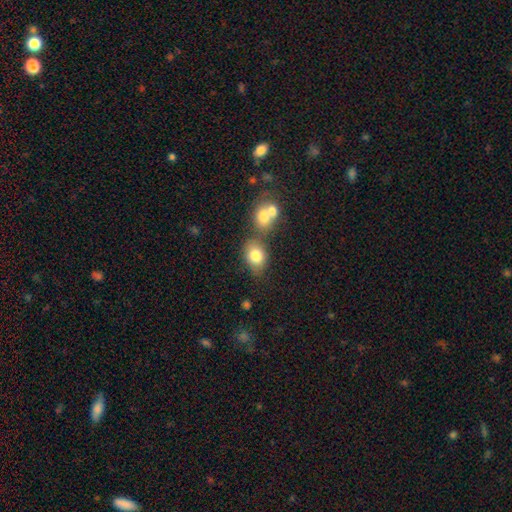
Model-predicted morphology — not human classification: smooth-or-featured: smooth: 80% | featured or disk: 11% | star or artifact: 9%
  how-rounded: in between: 63% | round: 35% | cigar-shaped: 1%
  merging: none: 55% | merger: 27% | minor disturbance: 13% | major disturbance: 5%